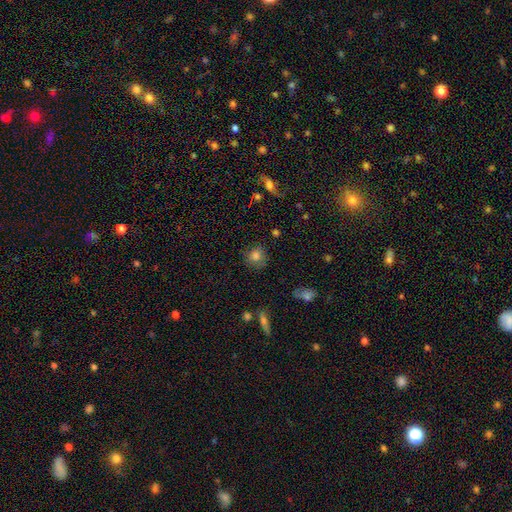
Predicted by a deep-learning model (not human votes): smooth 80%, star or artifact 12%, featured or disk 8%. Down the decision tree: how rounded — round (85%); merging — none (81%).